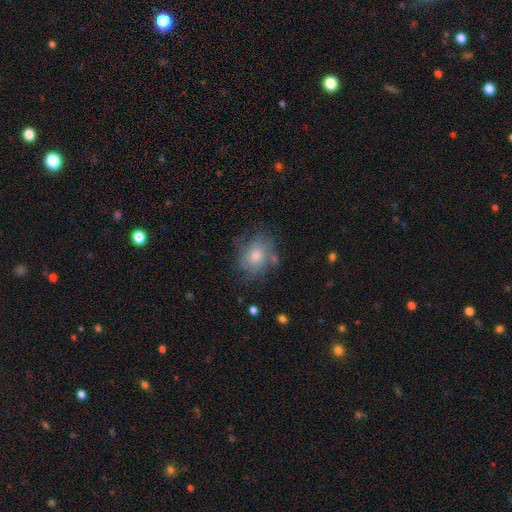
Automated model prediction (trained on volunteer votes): Smooth or featured? smooth (47%)
Merging? none (65%)